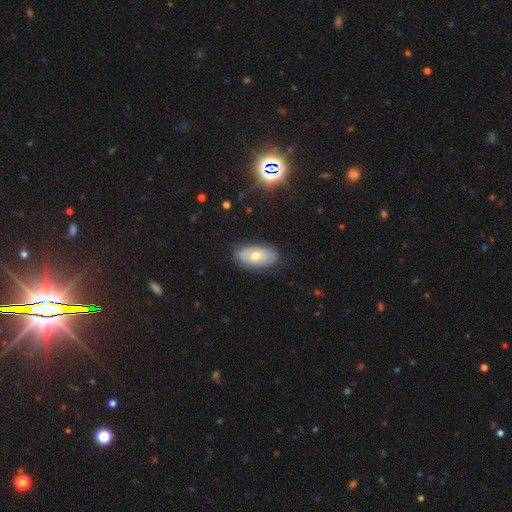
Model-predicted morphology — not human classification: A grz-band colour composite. It shows a smooth galaxy with no disk features (51%) that is in between round and cigar-shaped (92%). Merging: none (78%).